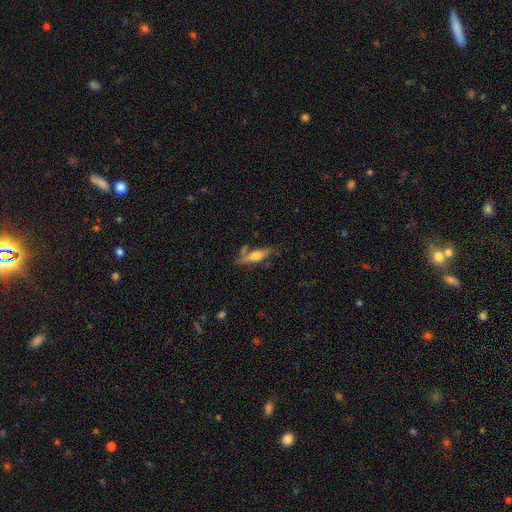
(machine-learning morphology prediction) Overall: smooth (49%; featured or disk 44%). Merging: none (63%).